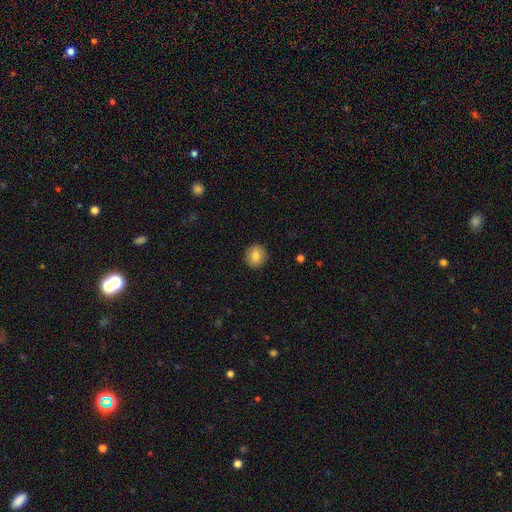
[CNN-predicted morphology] Smooth or featured: smooth — 80% (featured or disk — 11%)
How rounded: round — 92% (in between — 7%)
Merging: none — 91% (minor disturbance — 6%)